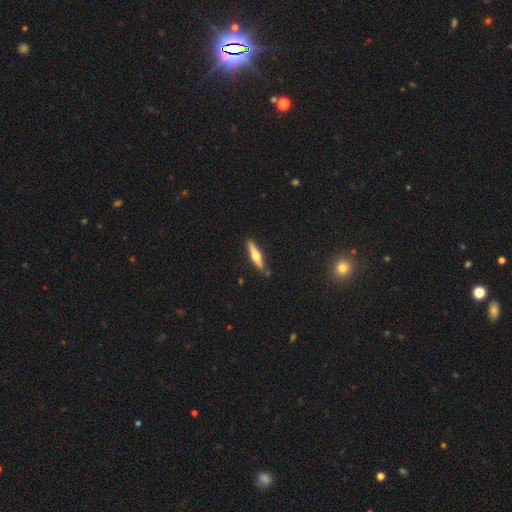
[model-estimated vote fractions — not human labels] The model was most divided on "smooth or featured": featured or disk: 62%, smooth: 33%, star or artifact: 5%. More confident: edge-on disk — yes (96%); edge-on bulge — rounded (95%); merging — none (87%).